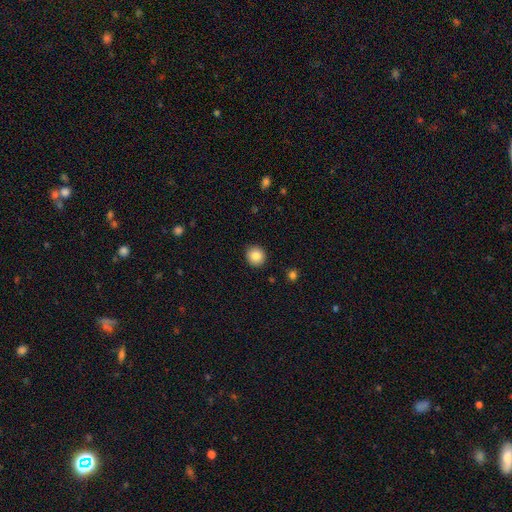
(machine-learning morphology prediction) This appears to be a smooth galaxy with no disk features (85%) that is round (89%). Merging: none (91%).